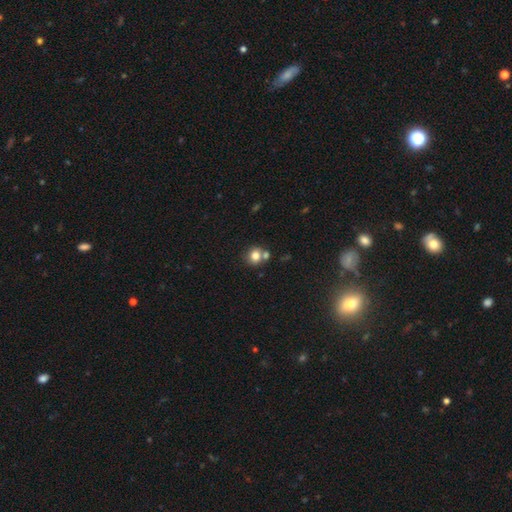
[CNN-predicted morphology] A smooth galaxy with no disk features (79%) that is round (83%).

Vote fractions:
- Smooth or featured? smooth: 79% / star or artifact: 11% / featured or disk: 10%
- How rounded? round: 83% / in between: 16% / cigar-shaped: 1%
- Merging? none: 60% / merger: 28% / minor disturbance: 9% / major disturbance: 3%